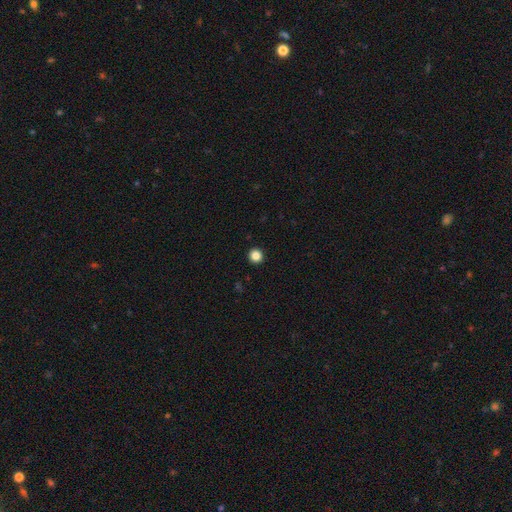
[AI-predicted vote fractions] The model was most divided on "smooth or featured": smooth: 86%, star or artifact: 11%, featured or disk: 4%. More confident: how rounded — round (95%); merging — none (94%).